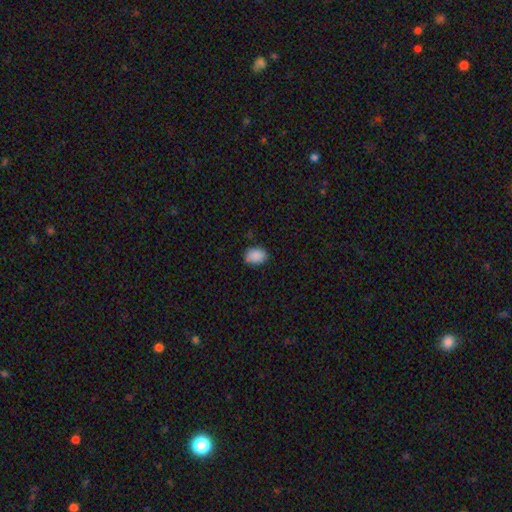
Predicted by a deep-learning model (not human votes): Q: Smooth or featured?
A: smooth (89%); runner-up: star or artifact (8%)
Q: How rounded?
A: in between (72%); runner-up: round (27%)
Q: Merging?
A: none (82%); runner-up: minor disturbance (14%)